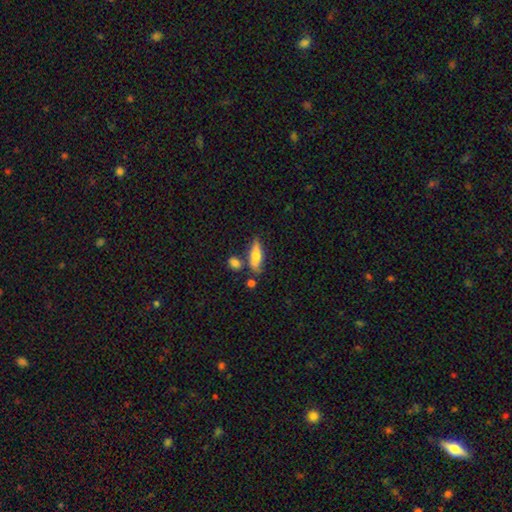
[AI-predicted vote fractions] The model was most divided on "how rounded": in between: 54%, cigar-shaped: 43%, round: 3%. More confident: smooth or featured — smooth (71%); merging — none (65%).